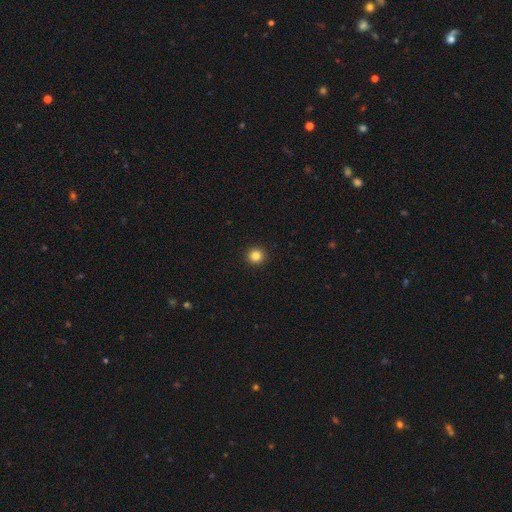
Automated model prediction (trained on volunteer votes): Overall: smooth (83%). How rounded: round (95%). Merging: none (94%).